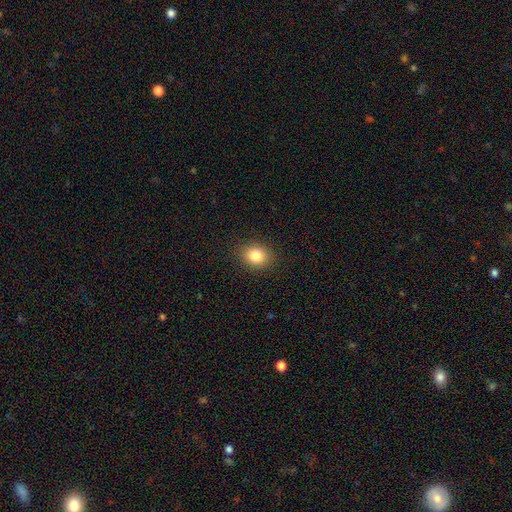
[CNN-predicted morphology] Q: Smooth or featured?
A: smooth (84%); runner-up: star or artifact (10%)
Q: How rounded?
A: round (54%); runner-up: in between (45%)
Q: Merging?
A: none (88%); runner-up: minor disturbance (8%)